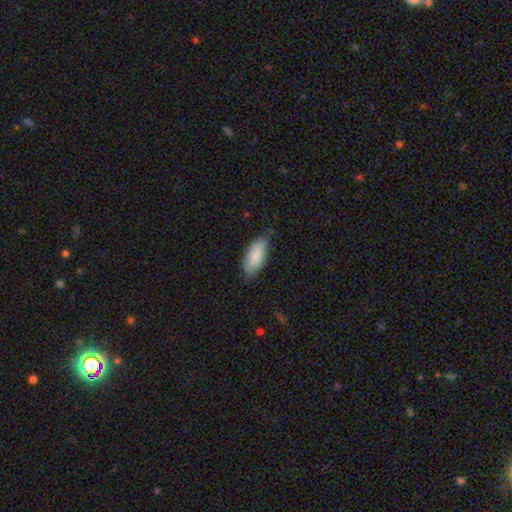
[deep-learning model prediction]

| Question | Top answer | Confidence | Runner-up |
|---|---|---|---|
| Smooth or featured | smooth | 84% | featured or disk (10%) |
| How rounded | in between | 84% | cigar-shaped (15%) |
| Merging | none | 70% | minor disturbance (25%) |